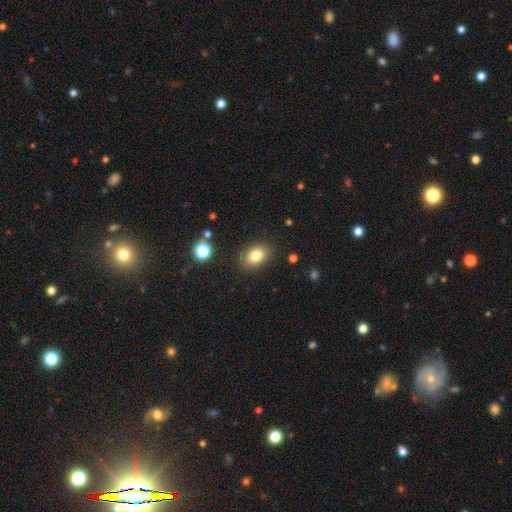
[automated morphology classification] A smooth galaxy with no disk features (82%) that is in between round and cigar-shaped (76%).

Vote fractions:
- Smooth or featured? smooth: 82% / star or artifact: 10% / featured or disk: 8%
- How rounded? in between: 76% / round: 22% / cigar-shaped: 1%
- Merging? none: 85% / minor disturbance: 10% / major disturbance: 3% / merger: 2%